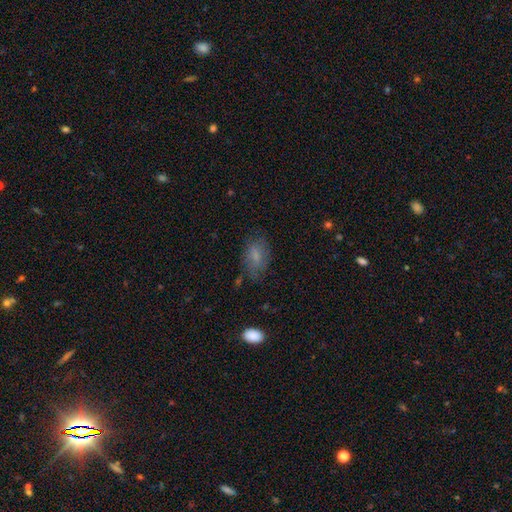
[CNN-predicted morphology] Smooth or featured? smooth (69%)
How rounded? in between (88%)
Merging? none (66%)